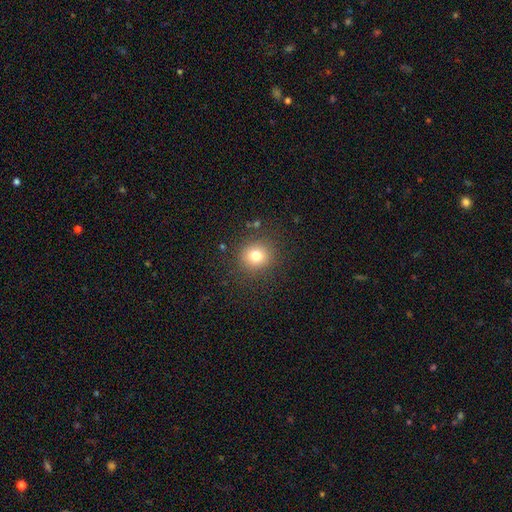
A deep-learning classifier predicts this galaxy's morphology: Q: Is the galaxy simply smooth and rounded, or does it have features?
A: smooth — 78%.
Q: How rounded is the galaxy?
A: round — 88%.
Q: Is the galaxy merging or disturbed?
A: none — 88%.